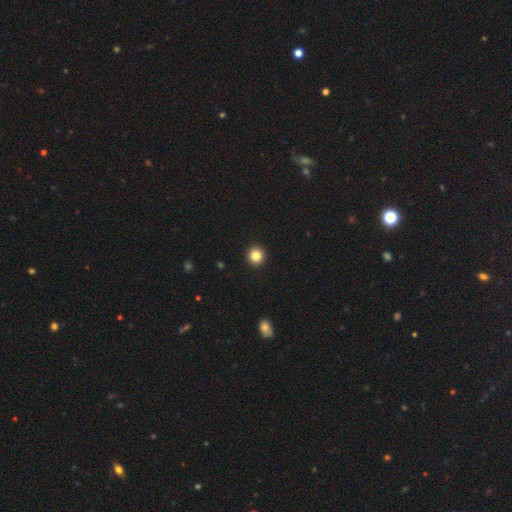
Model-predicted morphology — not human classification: smooth-or-featured: smooth: 84% | star or artifact: 11% | featured or disk: 5%
  how-rounded: round: 94% | in between: 5% | cigar-shaped: 1%
  merging: none: 94% | minor disturbance: 4% | major disturbance: 1% | merger: 1%